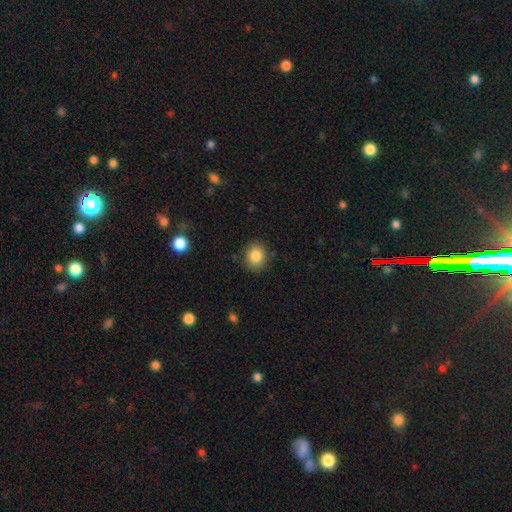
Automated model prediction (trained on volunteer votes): Smooth or featured? smooth (84%)
How rounded? round (75%)
Merging? none (86%)